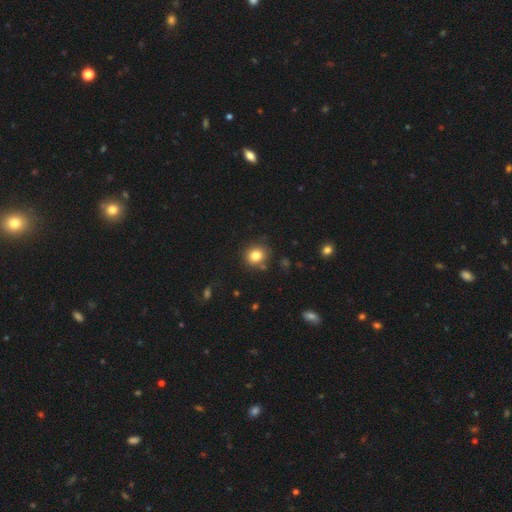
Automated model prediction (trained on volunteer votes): Smooth or featured: smooth — 82% (star or artifact — 12%)
How rounded: round — 85% (in between — 14%)
Merging: none — 84% (minor disturbance — 10%)